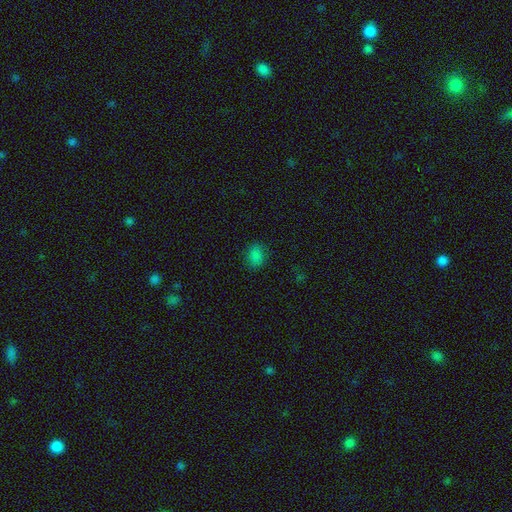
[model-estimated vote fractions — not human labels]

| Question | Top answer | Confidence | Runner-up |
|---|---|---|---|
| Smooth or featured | smooth | 81% | star or artifact (15%) |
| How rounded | in between | 64% | round (34%) |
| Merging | none | 83% | minor disturbance (12%) |